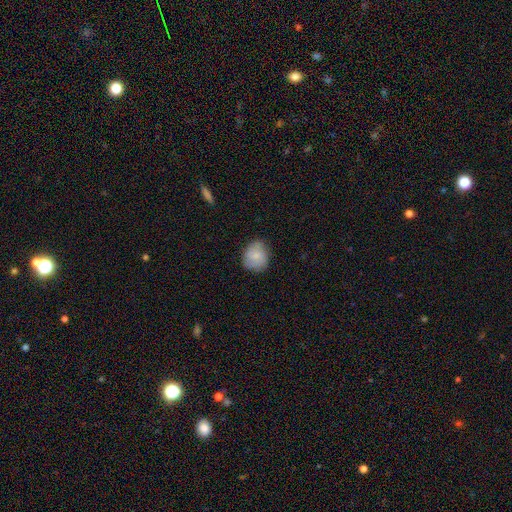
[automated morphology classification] Smooth or featured? smooth (71%)
How rounded? round (75%)
Merging? none (75%)